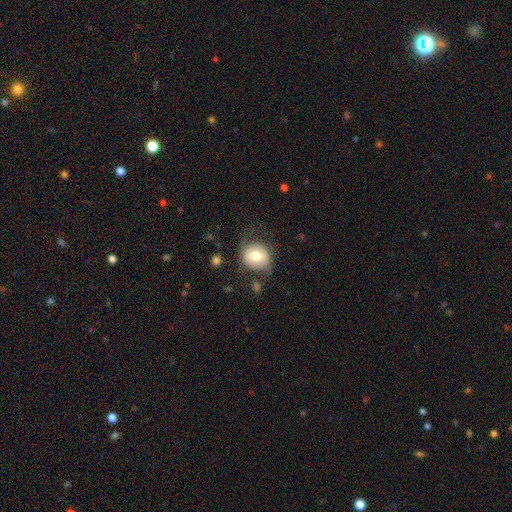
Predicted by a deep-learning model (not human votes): A smooth galaxy with no disk features (66%) that is round (77%). Merging: none (59%).